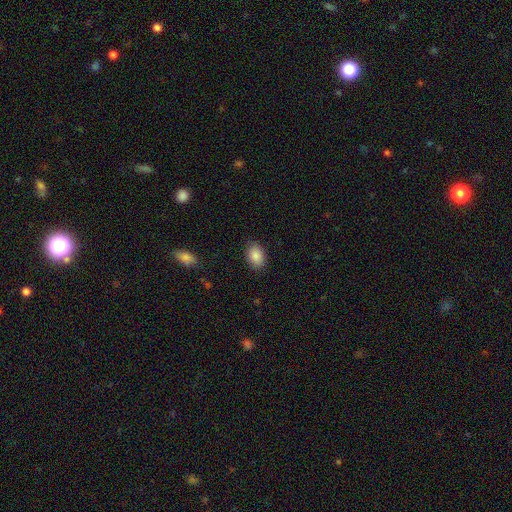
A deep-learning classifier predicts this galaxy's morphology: Q: Smooth or featured?
A: smooth (87%); runner-up: star or artifact (8%)
Q: How rounded?
A: in between (81%); runner-up: round (18%)
Q: Merging?
A: none (85%); runner-up: minor disturbance (11%)